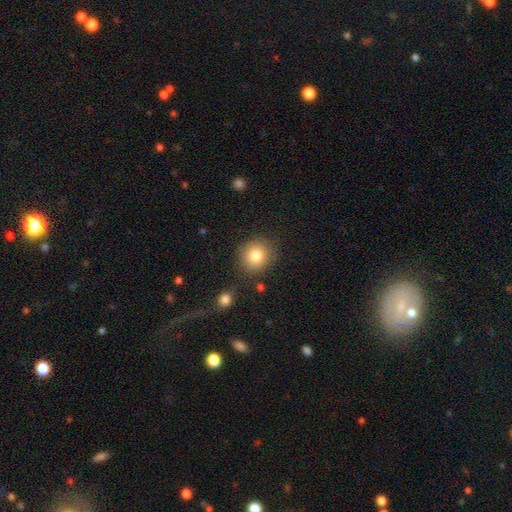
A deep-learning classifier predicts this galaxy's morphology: Smooth or featured: smooth — 81% (star or artifact — 10%)
How rounded: round — 85% (in between — 14%)
Merging: none — 84% (minor disturbance — 10%)